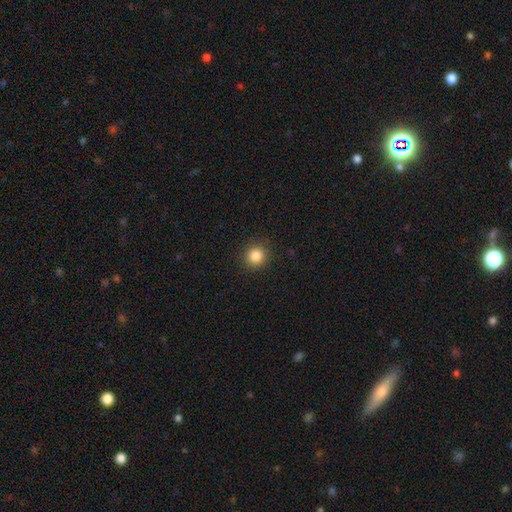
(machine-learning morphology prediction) smooth_or_featured: smooth (p=0.85) [alt: star or artifact p=0.11]
how_rounded: round (p=0.92) [alt: in between p=0.07]
merging: none (p=0.91) [alt: minor disturbance p=0.06]